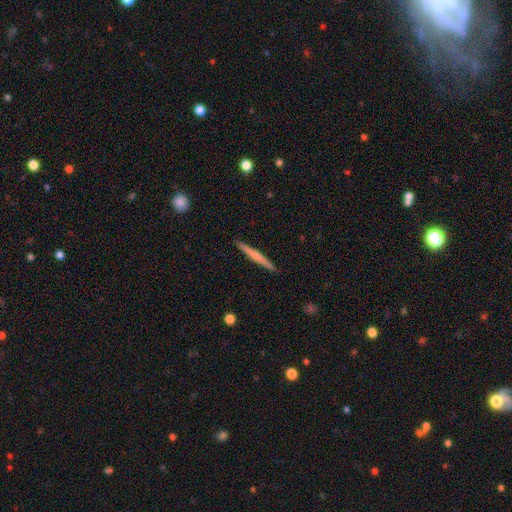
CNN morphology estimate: smooth 50%, featured or disk 45%, star or artifact 5%. Down the decision tree: how rounded — cigar-shaped (96%); merging — none (92%).